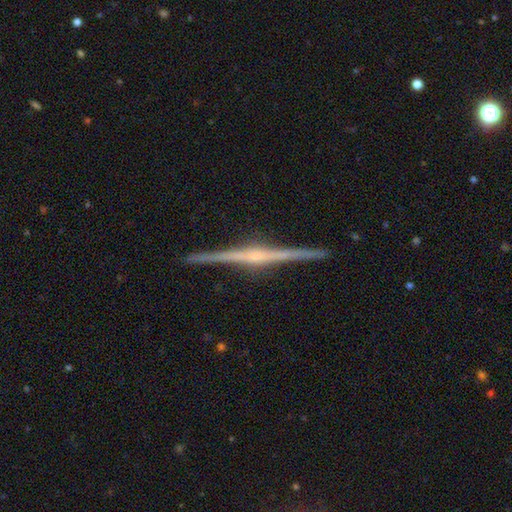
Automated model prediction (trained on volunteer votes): smooth_or_featured: featured or disk (p=0.89) [alt: smooth p=0.07]
disk_edge_on: yes (p=0.99) [alt: no p=0.01]
edge_on_bulge: rounded (p=0.64) [alt: boxy p=0.20]
merging: none (p=0.92) [alt: minor disturbance p=0.05]